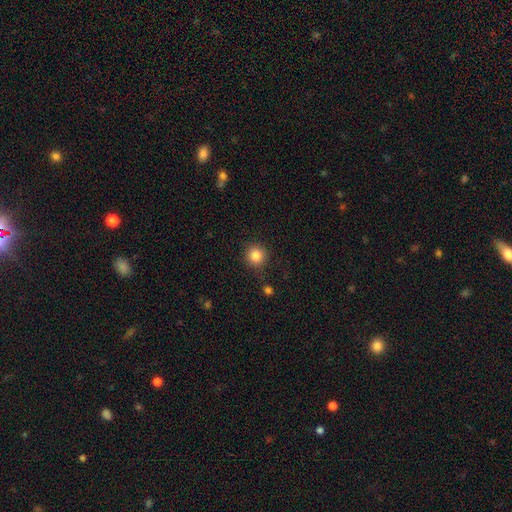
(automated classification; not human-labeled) This is clearly a smooth galaxy (84%). How rounded: clearly round (94%). Merging: clearly none (87%).